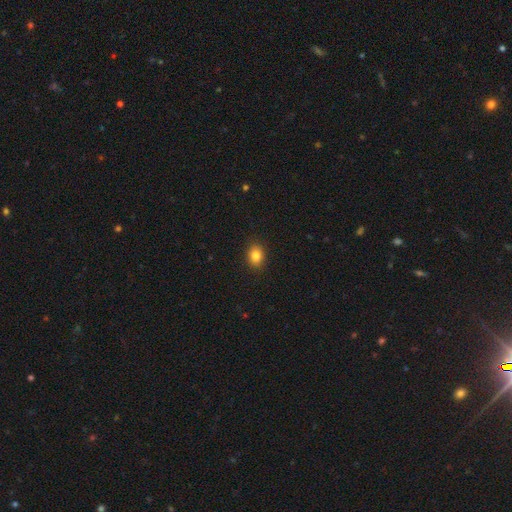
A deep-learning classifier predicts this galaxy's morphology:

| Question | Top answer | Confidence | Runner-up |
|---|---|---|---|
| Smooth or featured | smooth | 84% | star or artifact (10%) |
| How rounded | in between | 68% | round (31%) |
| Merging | none | 90% | minor disturbance (7%) |